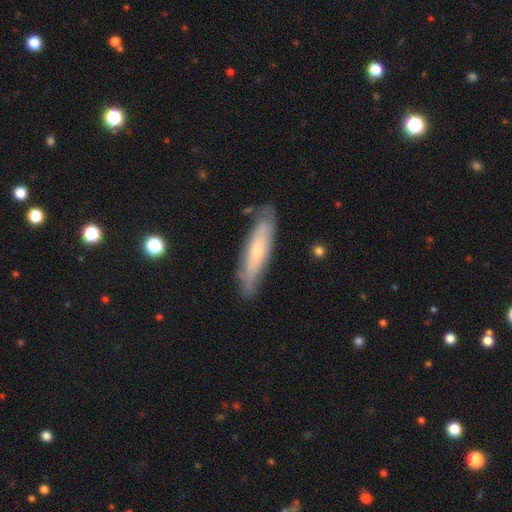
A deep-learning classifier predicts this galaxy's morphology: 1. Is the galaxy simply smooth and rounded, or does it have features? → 49% featured or disk, 43% smooth, 7% star or artifact.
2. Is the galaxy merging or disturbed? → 81% none, 15% minor disturbance, 3% major disturbance, 2% merger.